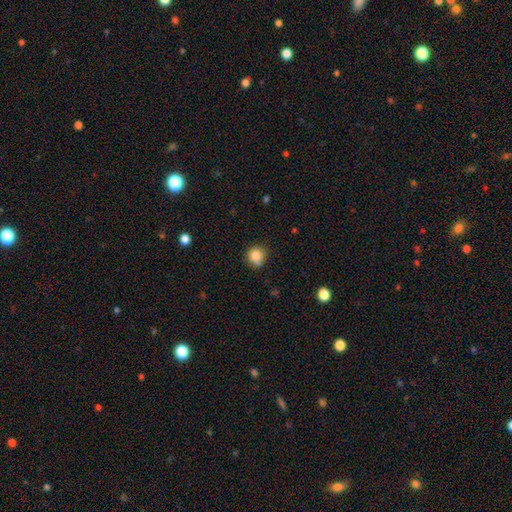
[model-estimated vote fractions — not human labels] Overall: smooth (84%). How rounded: round (84%). Merging: none (69%).